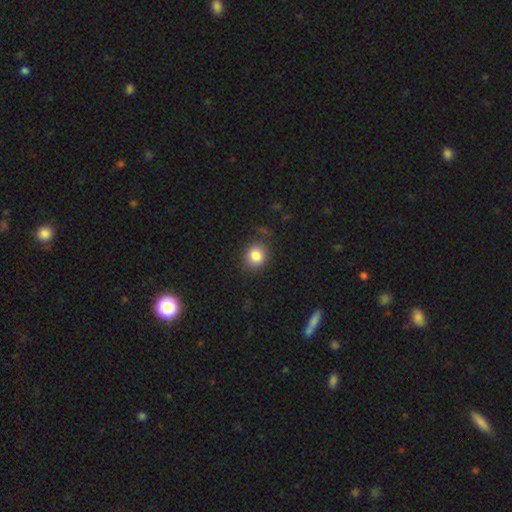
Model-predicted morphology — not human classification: Overall: smooth (84%). How rounded: round (76%). Merging: none (79%).